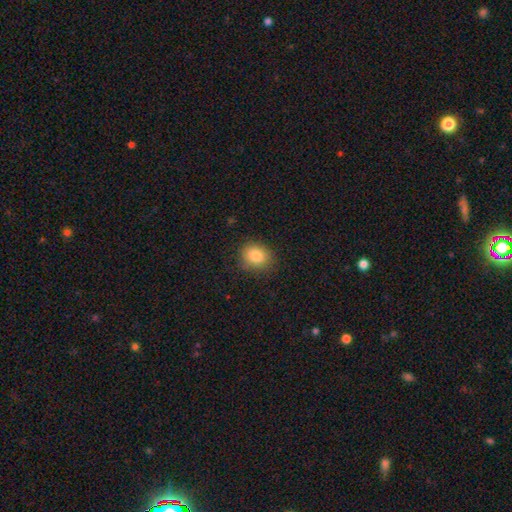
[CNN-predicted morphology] Overall: smooth (85%). How rounded: round (65%; in between 34%). Merging: none (84%).